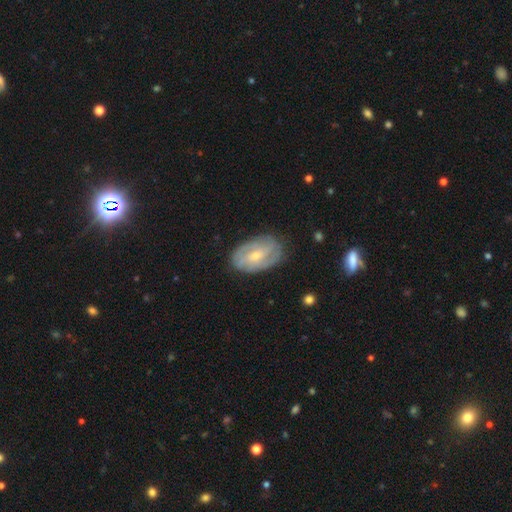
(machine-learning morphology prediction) Q: Smooth or featured?
A: featured or disk (73%); runner-up: smooth (21%)
Q: Edge-on disk?
A: no (96%); runner-up: yes (4%)
Q: Bar?
A: no (47%); runner-up: weak (42%)
Q: Spiral arms?
A: yes (87%); runner-up: no (13%)
Q: Spiral winding?
A: tight (54%); runner-up: medium (34%)
Q: Spiral arm count?
A: 2 (37%); runner-up: can't tell (32%)
Q: Bulge size?
A: small (60%); runner-up: moderate (37%)
Q: Merging?
A: none (78%); runner-up: minor disturbance (16%)